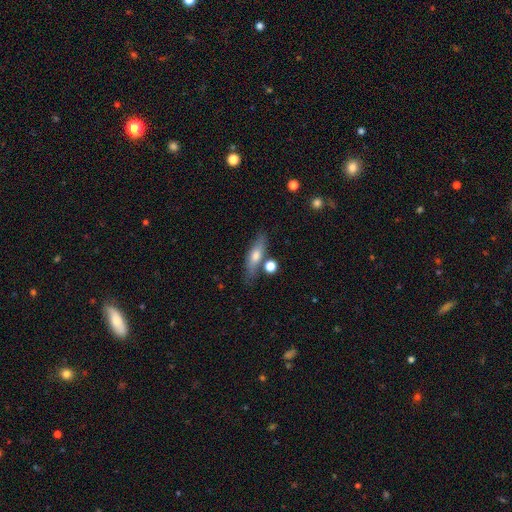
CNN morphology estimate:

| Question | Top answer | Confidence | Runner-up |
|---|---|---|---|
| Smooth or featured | smooth | 52% | featured or disk (40%) |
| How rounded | cigar-shaped | 61% | in between (35%) |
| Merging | none | 75% | minor disturbance (13%) |